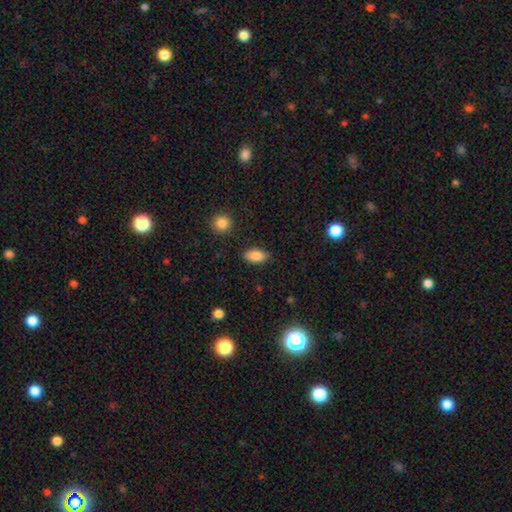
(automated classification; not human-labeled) This appears to be a smooth galaxy with no disk features (87%) that is in between round and cigar-shaped (91%). Merging: none (86%).